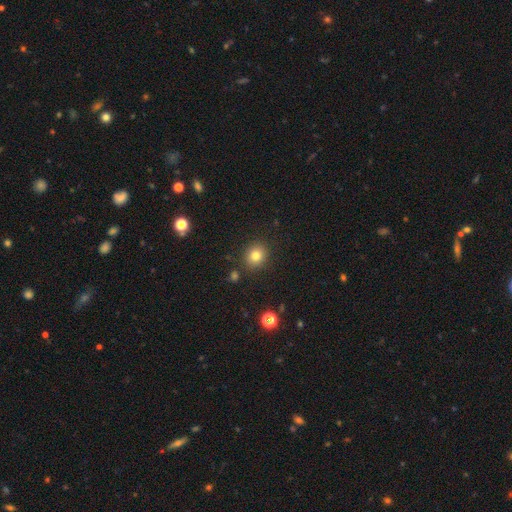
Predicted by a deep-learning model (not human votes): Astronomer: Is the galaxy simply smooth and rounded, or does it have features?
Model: smooth — 79%.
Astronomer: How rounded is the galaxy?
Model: round — 76%.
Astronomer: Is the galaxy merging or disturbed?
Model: none — 87%.